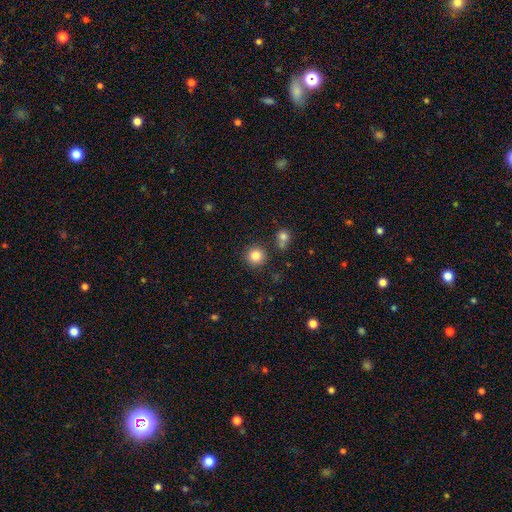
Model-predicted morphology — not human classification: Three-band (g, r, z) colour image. It shows a smooth galaxy with no disk features (83%) that is round (93%). Merging: none (85%).